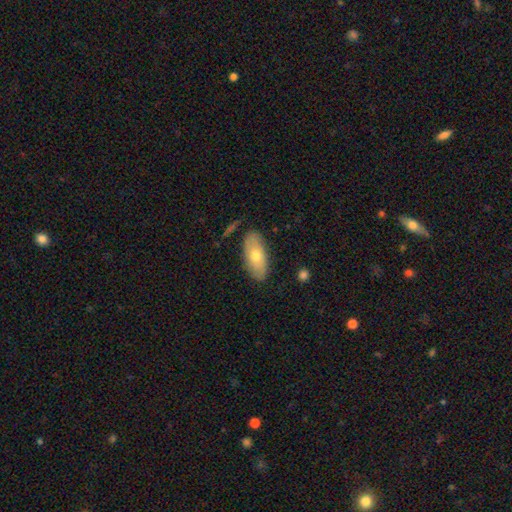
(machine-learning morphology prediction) smooth-or-featured: smooth: 64% | featured or disk: 30% | star or artifact: 6%
  how-rounded: in between: 89% | cigar-shaped: 8% | round: 3%
  merging: none: 84% | minor disturbance: 12% | major disturbance: 3% | merger: 2%